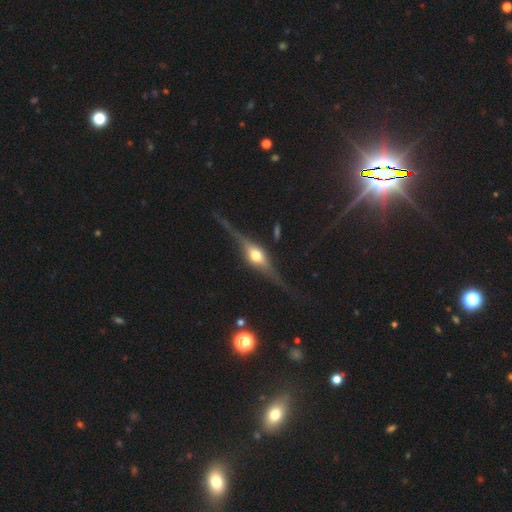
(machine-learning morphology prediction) featured or disk 88%, smooth 7%, star or artifact 5%. Down the decision tree: edge-on disk — yes (97%); edge-on bulge — rounded (94%); merging — none (84%).